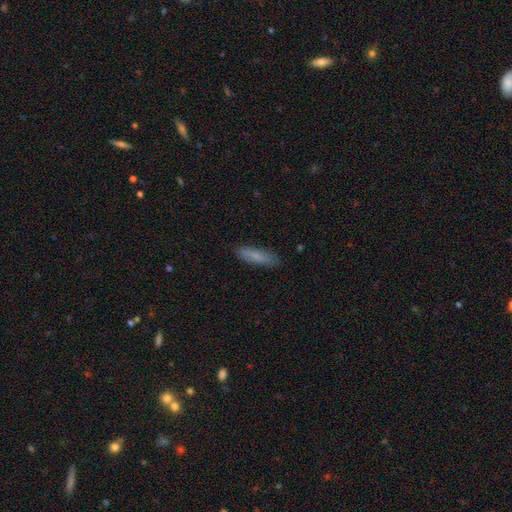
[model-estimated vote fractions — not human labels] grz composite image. It shows a smooth galaxy with no disk features (78%) that is cigar-shaped (69%). Merging: none (85%).